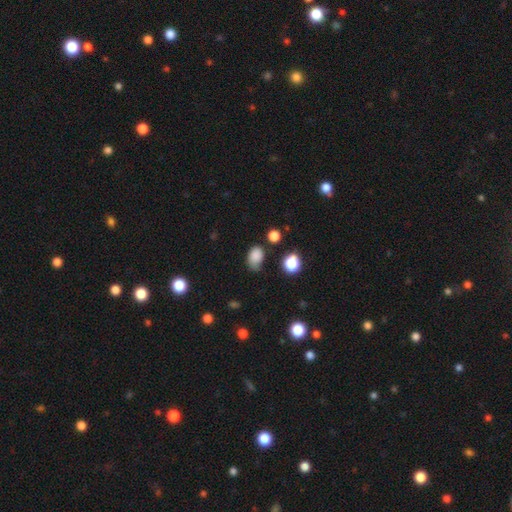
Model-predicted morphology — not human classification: Smooth or featured: smooth — 83% (star or artifact — 11%)
How rounded: in between — 73% (round — 25%)
Merging: none — 50% (minor disturbance — 35%)